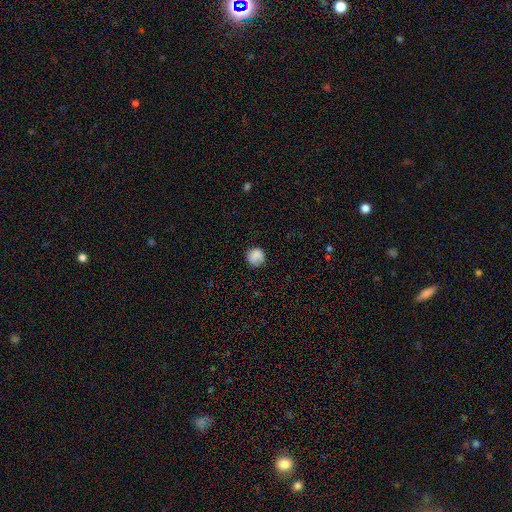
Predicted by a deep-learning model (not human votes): Overall: smooth (86%). How rounded: round (91%). Merging: none (82%).